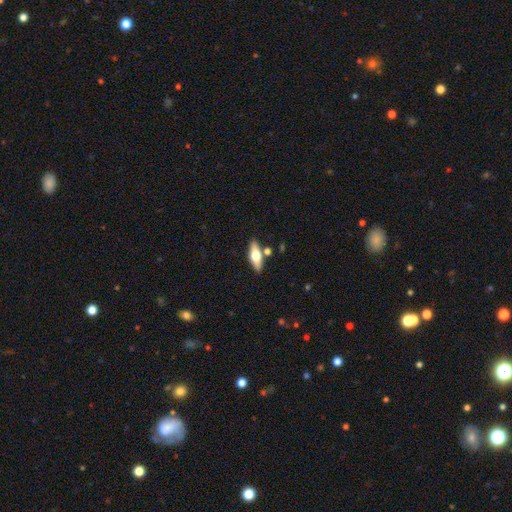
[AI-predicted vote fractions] This is possibly a smooth galaxy (49%). Merging: likely none (80%).